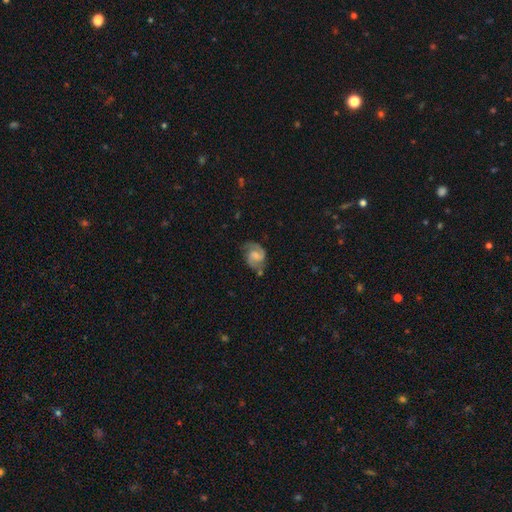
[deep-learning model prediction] Smooth or featured? featured or disk (78%)
Edge-on disk? no (98%)
Bar? weak (52%)
Spiral arms? yes (95%)
Spiral winding? medium (54%)
Spiral arm count? 2 (88%)
Bulge size? moderate (33%)
Merging? none (66%)